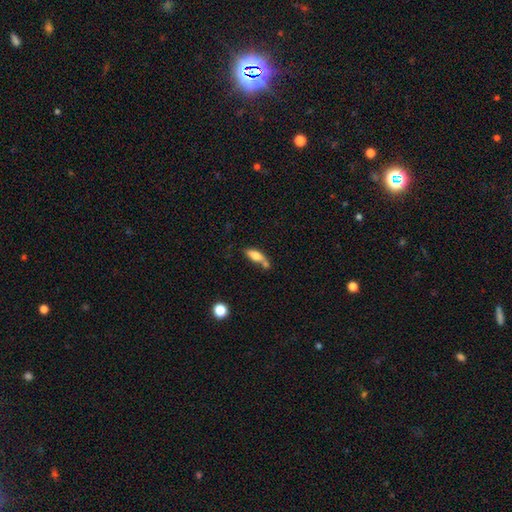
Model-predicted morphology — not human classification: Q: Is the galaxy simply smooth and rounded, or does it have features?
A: smooth — 73%.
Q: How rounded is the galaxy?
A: in between — 68%.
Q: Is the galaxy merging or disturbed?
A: none — 40%.